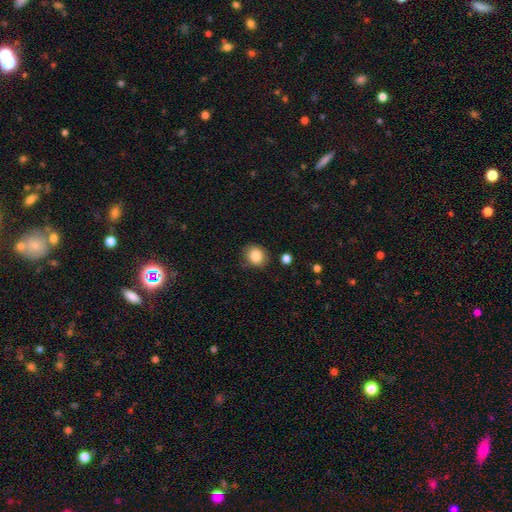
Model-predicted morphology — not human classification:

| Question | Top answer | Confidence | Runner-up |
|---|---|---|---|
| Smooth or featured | smooth | 86% | star or artifact (9%) |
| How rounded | round | 73% | in between (26%) |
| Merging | none | 79% | minor disturbance (15%) |